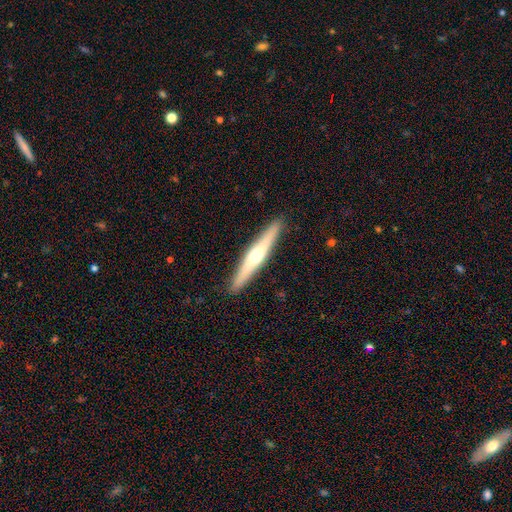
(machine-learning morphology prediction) type=featured or disk (61%); edge-on=yes (96%); edge-on bulge=rounded (85%); merging=none (91%).